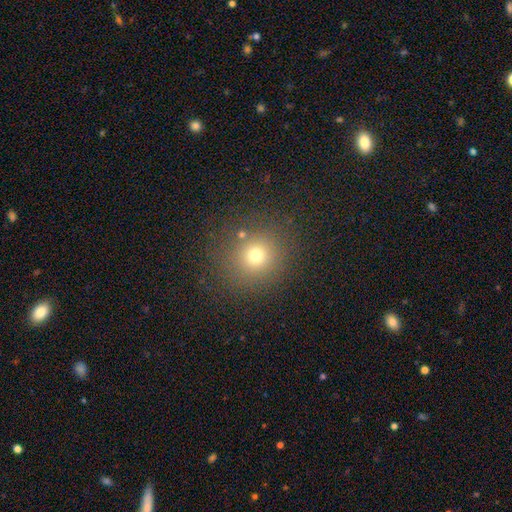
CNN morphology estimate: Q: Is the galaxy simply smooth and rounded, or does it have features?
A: smooth — 71%.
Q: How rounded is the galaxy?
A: round — 88%.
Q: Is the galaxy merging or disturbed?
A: none — 84%.